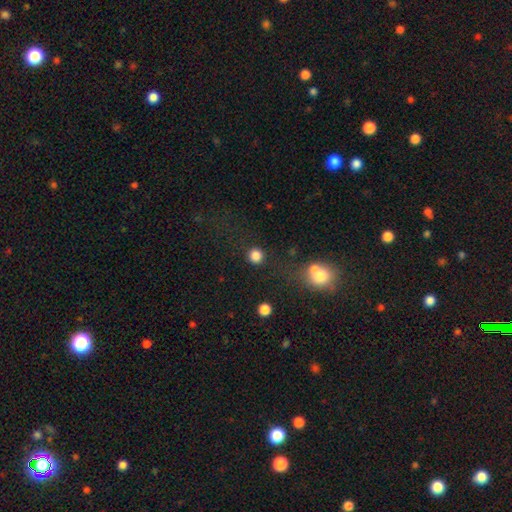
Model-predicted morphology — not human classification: Overall: smooth (85%). How rounded: round (91%). Merging: none (86%).